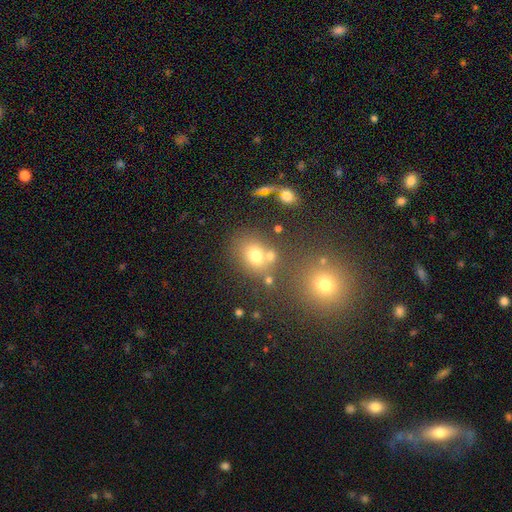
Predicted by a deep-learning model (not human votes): A smooth galaxy with no disk features (71%) that is round (58%).

Vote fractions:
- Smooth or featured? smooth: 71% / star or artifact: 16% / featured or disk: 13%
- How rounded? round: 58% / in between: 41% / cigar-shaped: 1%
- Merging? none: 58% / merger: 22% / minor disturbance: 13% / major disturbance: 7%